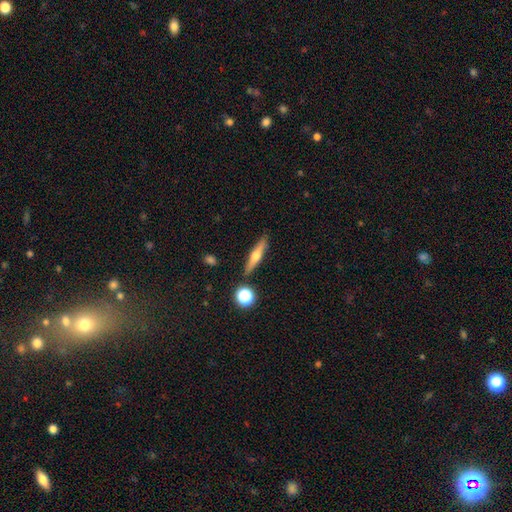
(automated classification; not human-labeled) Smooth or featured?
  - featured or disk: 53% *
  - smooth: 39%
  - star or artifact: 8%
Edge-on disk?
  - yes: 94% *
  - no: 6%
Edge-on bulge?
  - rounded: 91% *
  - none: 5%
  - boxy: 4%
Merging?
  - none: 86% *
  - minor disturbance: 8%
  - merger: 4%
  - major disturbance: 2%